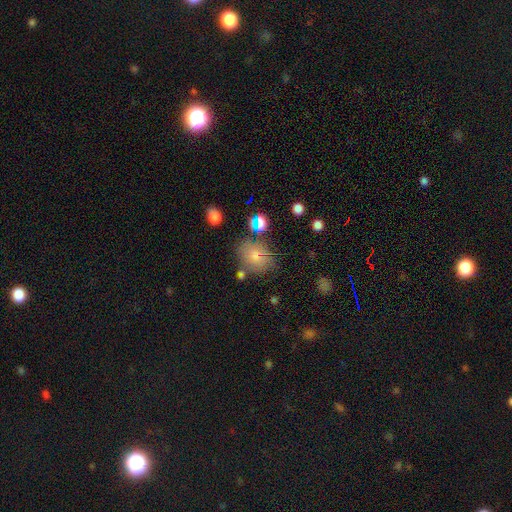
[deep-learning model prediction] The model was most divided on "how rounded": in between: 50%, round: 49%, cigar-shaped: 1%. More confident: smooth or featured — smooth (73%); merging — none (64%).